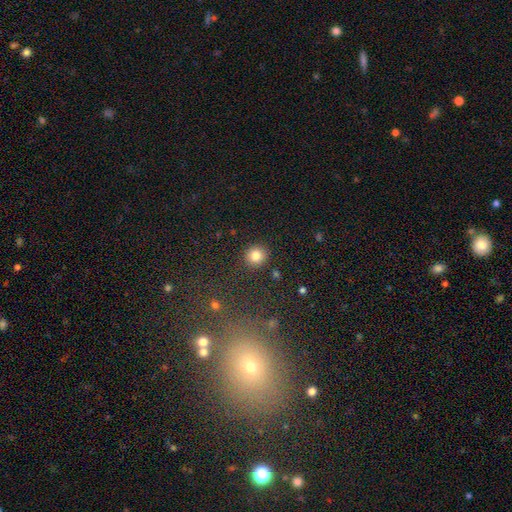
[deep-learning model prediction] smooth 83%, star or artifact 11%, featured or disk 6%. Down the decision tree: how rounded — round (89%); merging — none (90%).